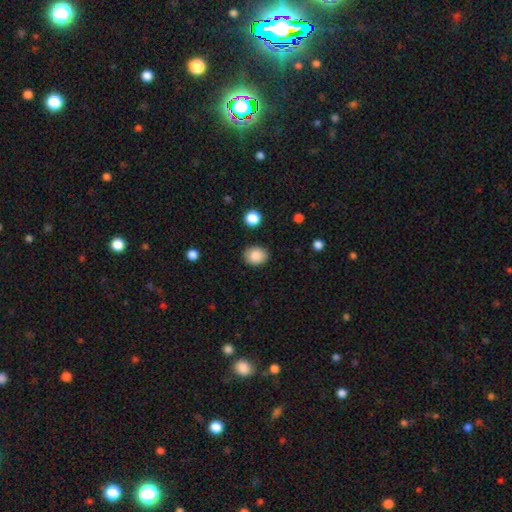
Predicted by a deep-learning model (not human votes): Morphology: type=smooth (86%); roundness=round (54%); merging=none (87%).